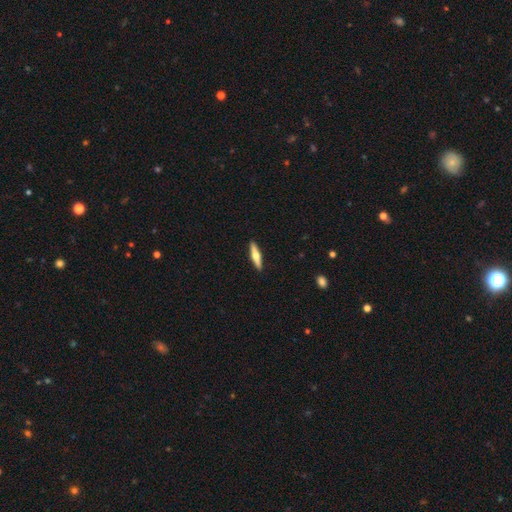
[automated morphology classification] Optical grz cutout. It shows a featured or disk galaxy (51%) viewed edge-on (95%). Merging: none (92%).